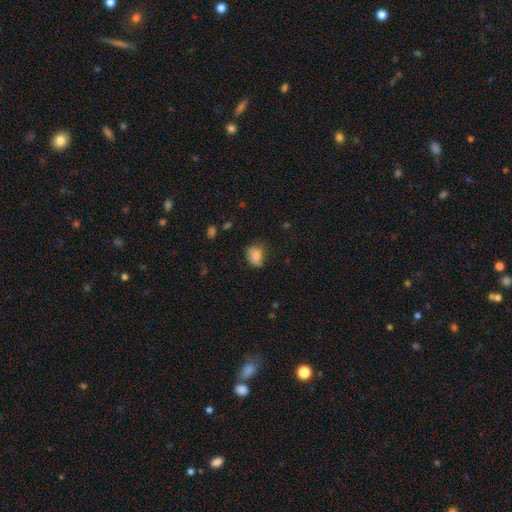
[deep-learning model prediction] This is likely a smooth galaxy (80%). How rounded: possibly in between (51%). Merging: possibly none (55%).